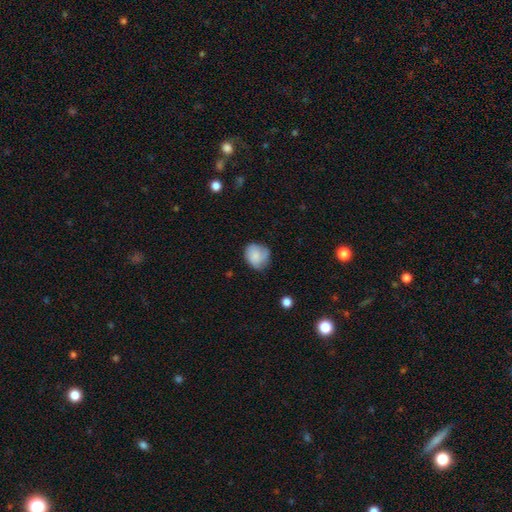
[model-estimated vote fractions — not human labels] Morphology: type=smooth (69%); roundness=round (66%); merging=none (59%).